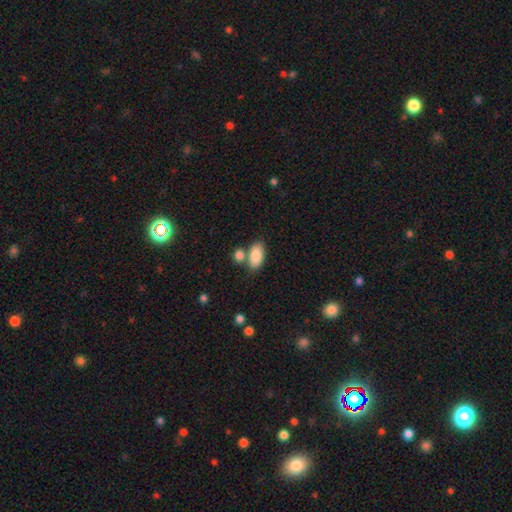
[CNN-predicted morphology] Overall: smooth (86%). How rounded: in between (93%). Merging: none (60%; merger 25%).